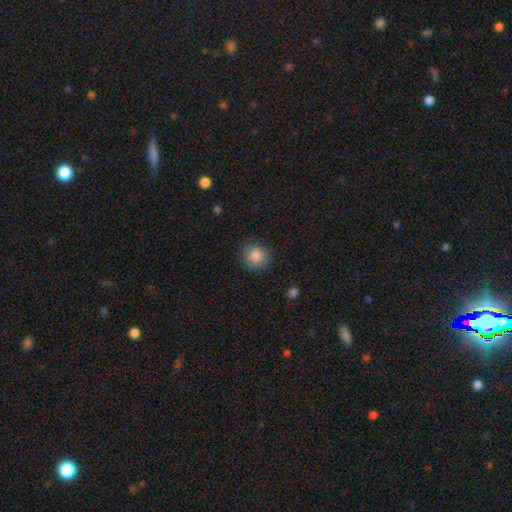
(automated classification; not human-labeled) A smooth galaxy with no disk features (85%) that is round (89%). Merging: none (84%).